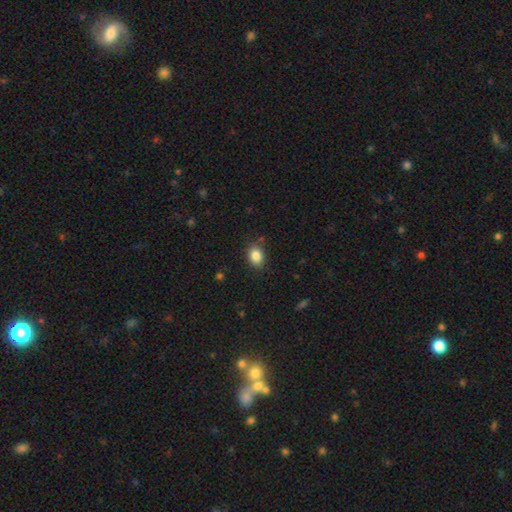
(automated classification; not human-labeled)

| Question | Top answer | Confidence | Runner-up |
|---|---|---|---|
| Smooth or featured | smooth | 86% | star or artifact (9%) |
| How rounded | in between | 68% | round (31%) |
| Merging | none | 84% | minor disturbance (12%) |